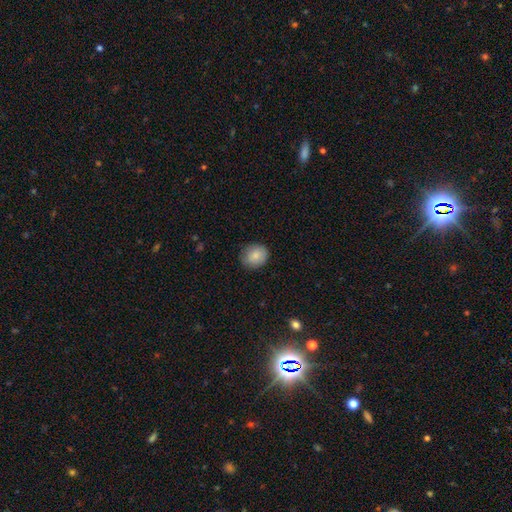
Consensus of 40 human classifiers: Morphology: type=smooth (90%); roundness=in between (53%); merging=none (92%).